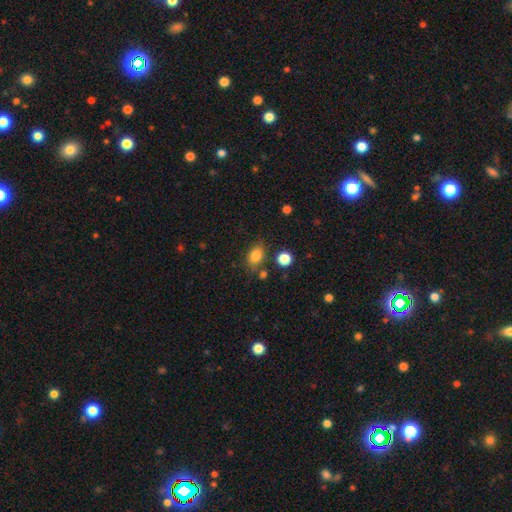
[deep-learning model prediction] Morphology: type=smooth (82%); roundness=in between (75%); merging=none (73%).